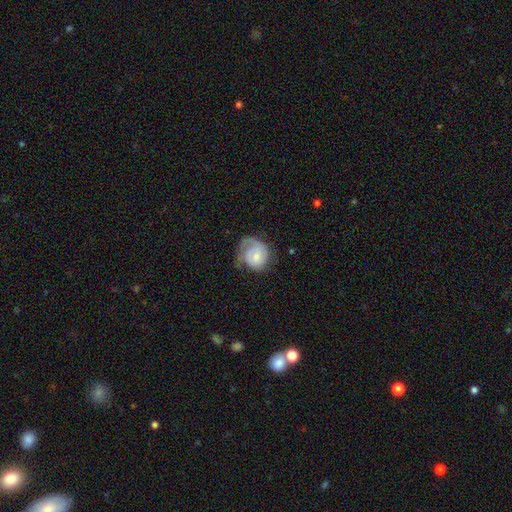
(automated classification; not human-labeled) Q: Smooth or featured?
A: featured or disk (54%); runner-up: smooth (39%)
Q: Edge-on disk?
A: no (98%); runner-up: yes (2%)
Q: Bar?
A: no (70%); runner-up: weak (26%)
Q: Spiral arms?
A: yes (85%); runner-up: no (15%)
Q: Bulge size?
A: small (51%); runner-up: moderate (35%)
Q: Merging?
A: none (44%); runner-up: minor disturbance (27%)